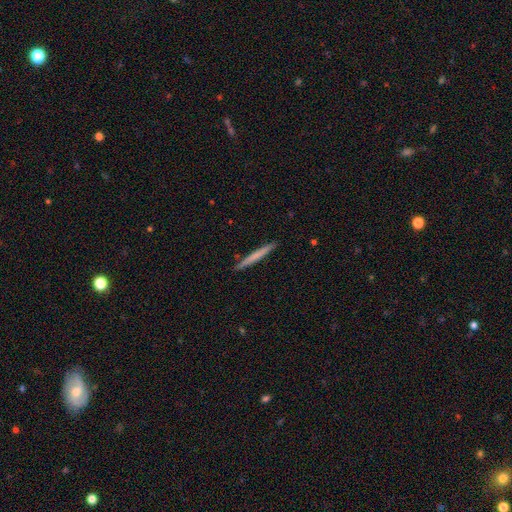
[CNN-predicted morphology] The model was most divided on "smooth or featured": smooth: 62%, featured or disk: 33%, star or artifact: 5%. More confident: how rounded — cigar-shaped (97%); merging — none (92%).